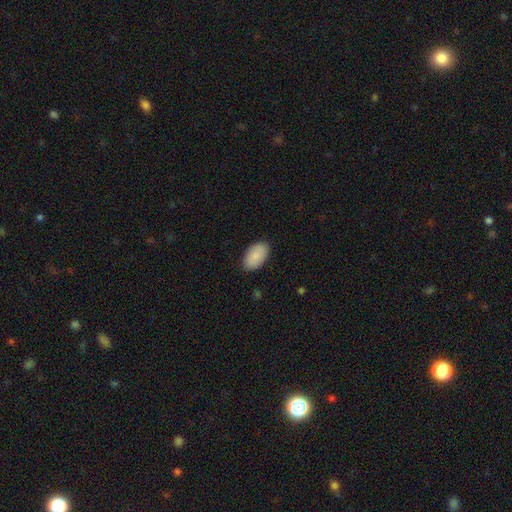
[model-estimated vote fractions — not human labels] Smooth or featured? smooth (84%)
How rounded? in between (94%)
Merging? none (86%)